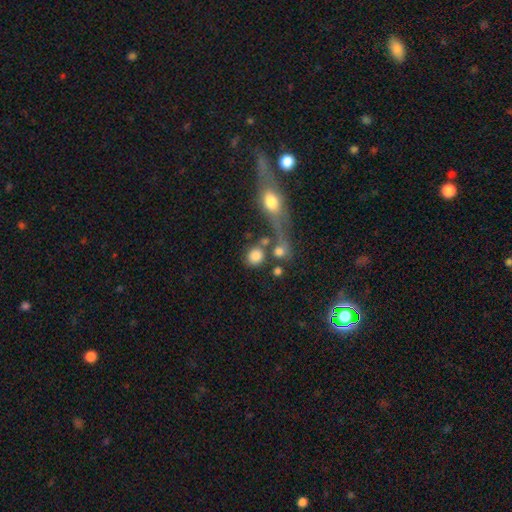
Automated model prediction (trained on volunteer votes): A smooth galaxy with no disk features (82%) that is round (74%). Merging: none (56%).